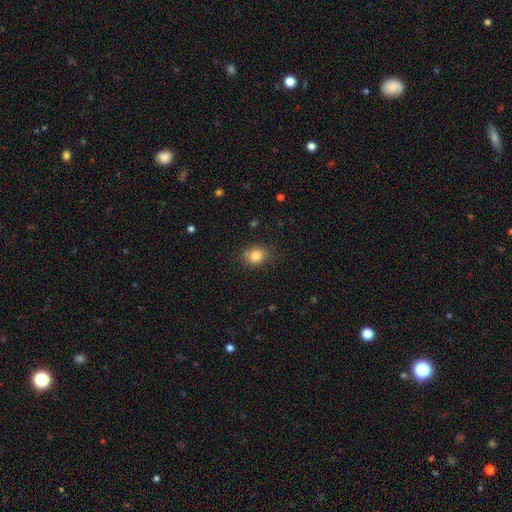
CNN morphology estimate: smooth-or-featured: smooth: 82% | star or artifact: 10% | featured or disk: 7%
  how-rounded: round: 63% | in between: 36% | cigar-shaped: 1%
  merging: none: 77% | minor disturbance: 17% | major disturbance: 4% | merger: 2%